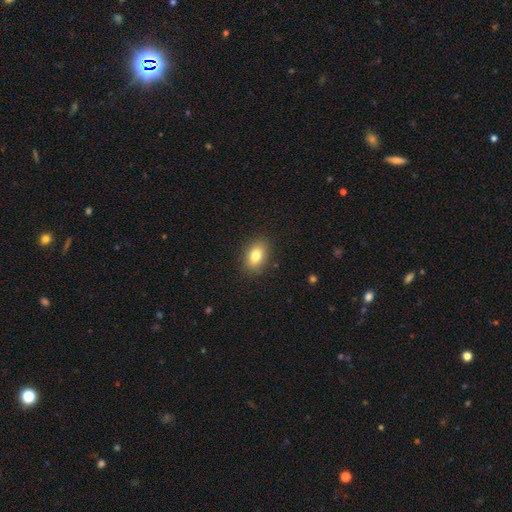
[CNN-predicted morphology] smooth-or-featured: smooth: 80% | featured or disk: 11% | star or artifact: 9%
  how-rounded: in between: 81% | round: 17% | cigar-shaped: 2%
  merging: none: 88% | minor disturbance: 9% | major disturbance: 2% | merger: 1%